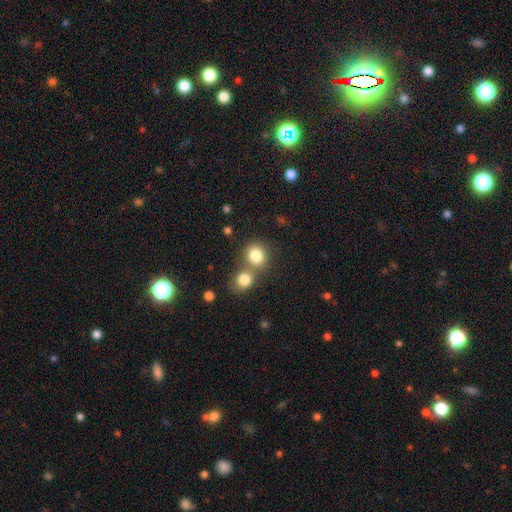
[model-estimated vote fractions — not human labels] A smooth galaxy with no disk features (82%) that is round (76%). Merging: none (48%).